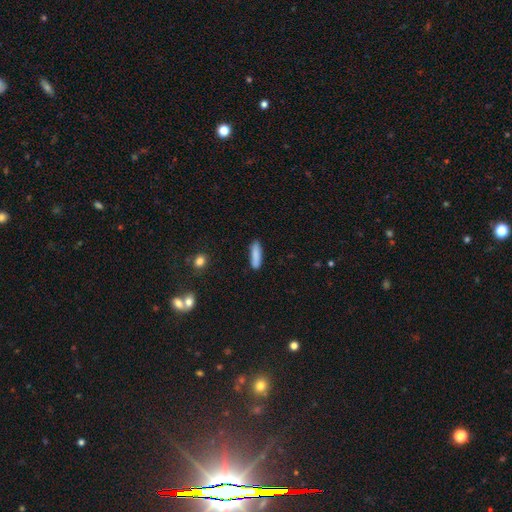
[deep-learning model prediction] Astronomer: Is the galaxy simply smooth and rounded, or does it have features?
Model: smooth — 86%.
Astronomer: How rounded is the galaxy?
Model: cigar-shaped — 70%.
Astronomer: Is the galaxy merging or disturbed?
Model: none — 85%.